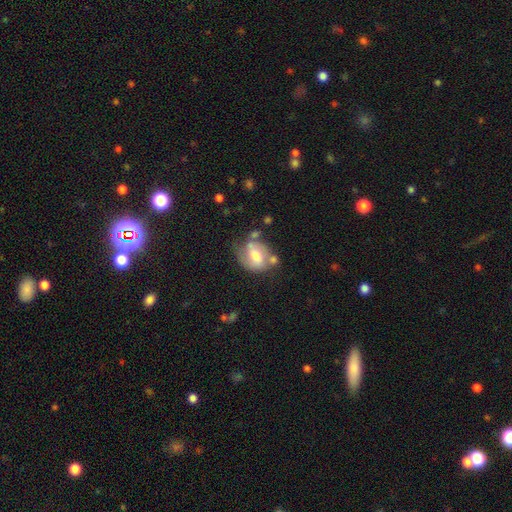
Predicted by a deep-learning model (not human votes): A featured or disk galaxy (54%) with a weak bar (46%), spiral arms (70%) and a moderate central bulge (64%). Merging: none (48%).